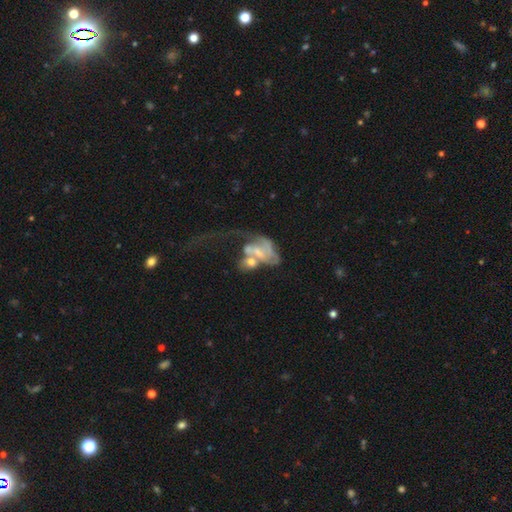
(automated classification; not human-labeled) A featured or disk galaxy (67%) with no bar (61%), spiral arms (66%) and a small central bulge (43%).

Vote fractions:
- Smooth or featured? featured or disk: 67% / smooth: 22% / star or artifact: 11%
- Edge-on disk? no: 95% / yes: 5%
- Bar? no: 61% / weak: 29% / strong: 10%
- Spiral arms? yes: 66% / no: 34%
- Bulge size? small: 43% / moderate: 29% / none: 22% / large: 4% / dominant: 2%
- Merging? merger: 49% / major disturbance: 33% / none: 11% / minor disturbance: 7%